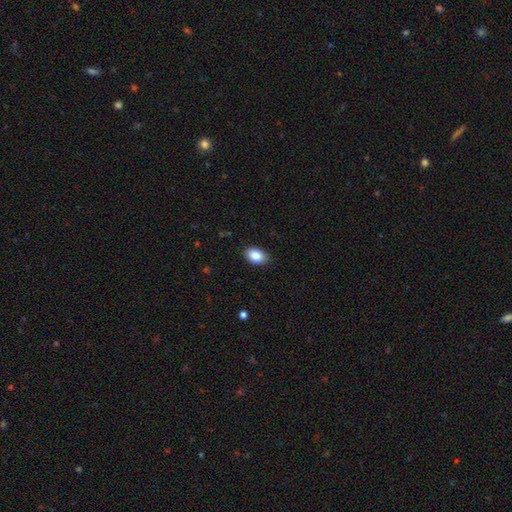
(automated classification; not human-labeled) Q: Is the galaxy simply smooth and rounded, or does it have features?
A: smooth — 87%.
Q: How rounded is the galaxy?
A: in between — 86%.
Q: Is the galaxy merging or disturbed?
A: none — 87%.